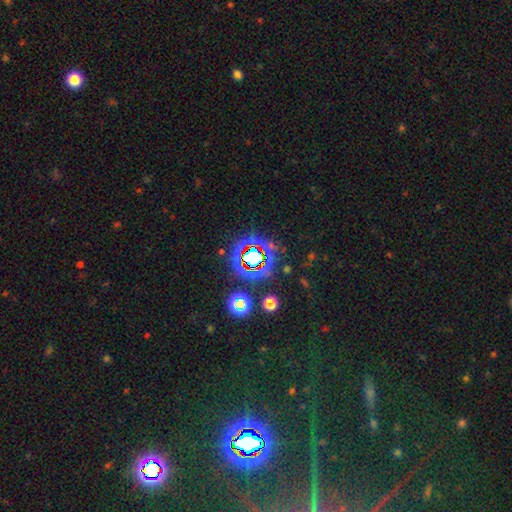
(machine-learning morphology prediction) star or artifact 70%, smooth 19%, featured or disk 11%.